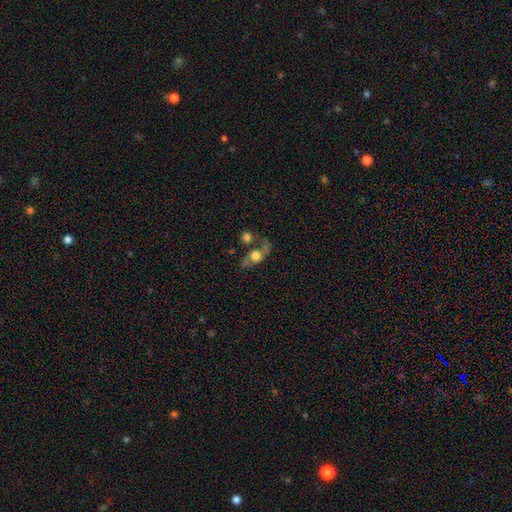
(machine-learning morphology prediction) A featured or disk galaxy (57%).

Vote fractions:
- Smooth or featured? featured or disk: 57% / smooth: 34% / star or artifact: 9%
- Edge-on disk? no: 86% / yes: 14%
- Merging? none: 36% / merger: 29% / major disturbance: 19% / minor disturbance: 16%